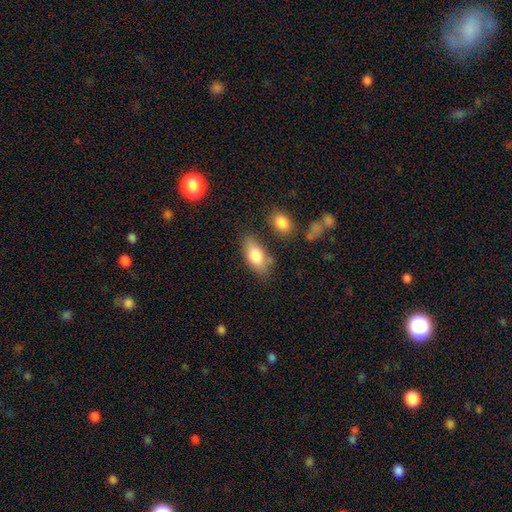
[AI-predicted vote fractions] This appears to be a smooth galaxy with no disk features (80%) that is in between round and cigar-shaped (86%). Merging: none (70%).